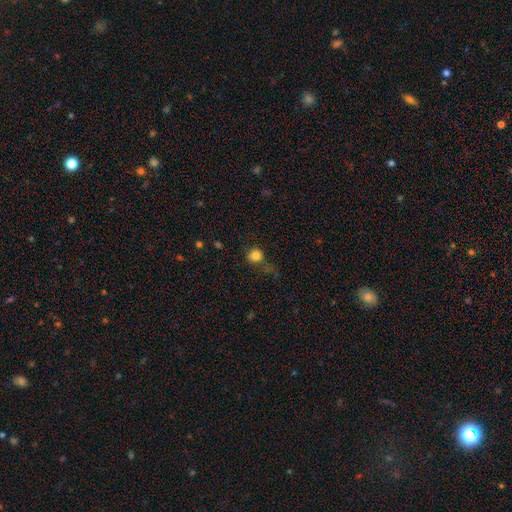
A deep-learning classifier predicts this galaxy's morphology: Smooth or featured?
  - smooth: 80% *
  - star or artifact: 13%
  - featured or disk: 7%
How rounded?
  - round: 88% *
  - in between: 11%
  - cigar-shaped: 1%
Merging?
  - none: 68% *
  - minor disturbance: 18%
  - major disturbance: 10%
  - merger: 4%